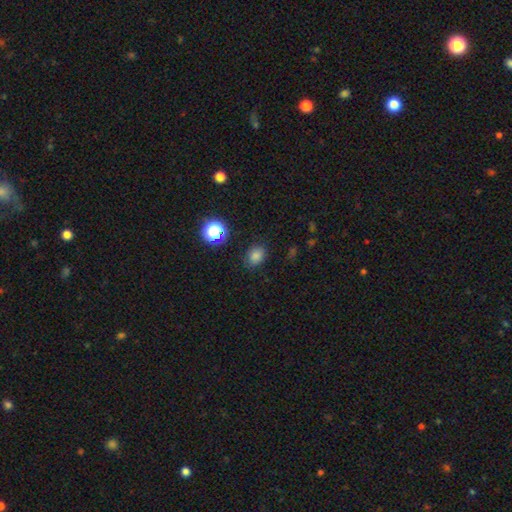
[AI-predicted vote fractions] Smooth or featured? Predicted: smooth (p=0.78). How rounded? Predicted: in between (p=0.52). Merging? Predicted: none (p=0.83).